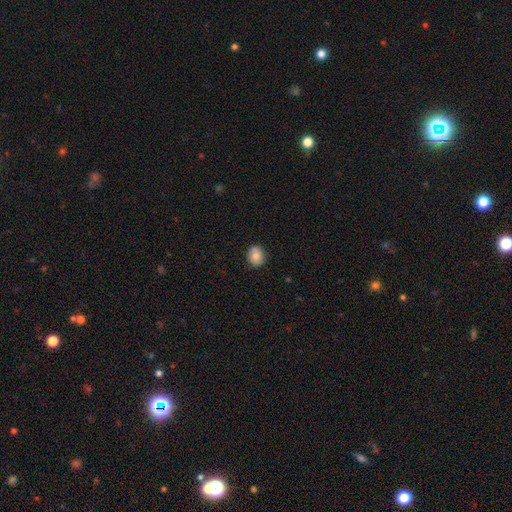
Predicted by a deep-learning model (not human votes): smooth-or-featured: smooth: 82% | featured or disk: 10% | star or artifact: 9%
  how-rounded: round: 69% | in between: 30% | cigar-shaped: 1%
  merging: none: 78% | minor disturbance: 15% | merger: 4% | major disturbance: 3%